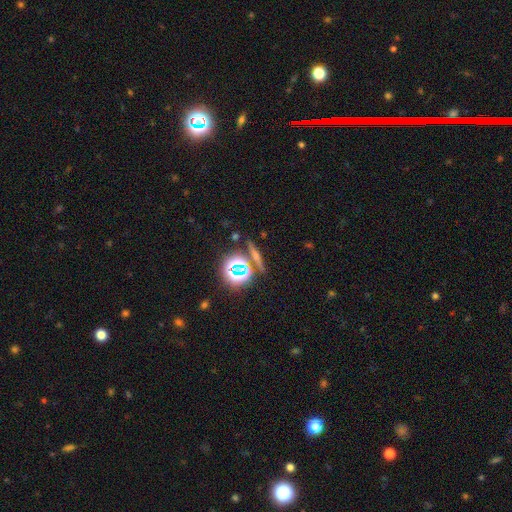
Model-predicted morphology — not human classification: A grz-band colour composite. It shows a star or artifact, not a galaxy (51%).